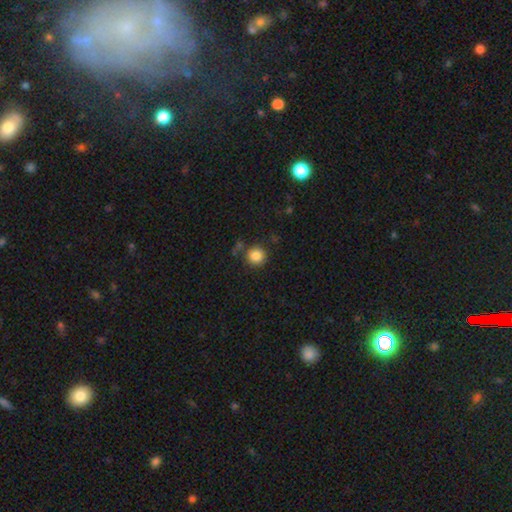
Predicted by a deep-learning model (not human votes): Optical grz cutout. It shows a smooth galaxy with no disk features (85%) that is round (93%). Merging: none (81%).